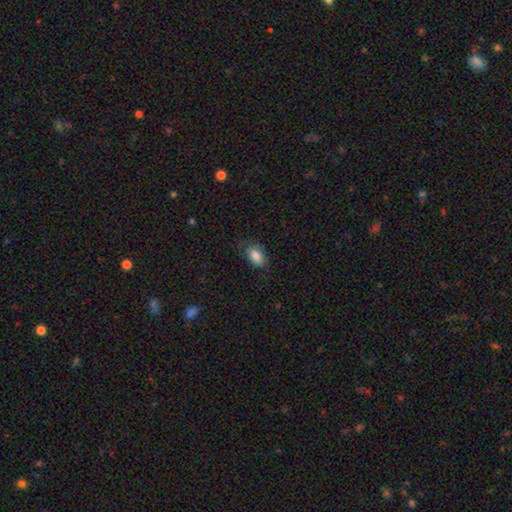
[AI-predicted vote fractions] Smooth or featured? Predicted: smooth (p=0.85). How rounded? Predicted: in between (p=0.92). Merging? Predicted: none (p=0.71).